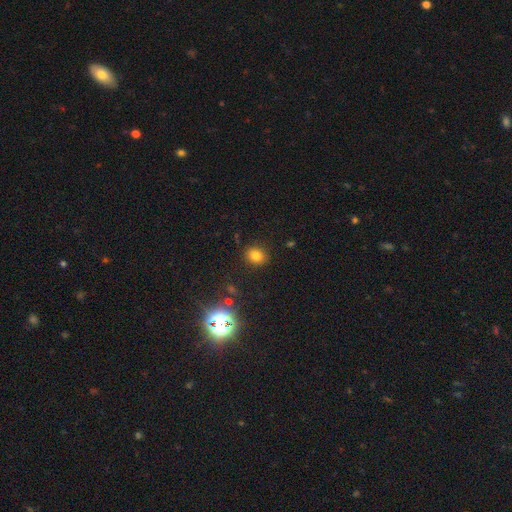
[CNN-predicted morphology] Overall: smooth (75%). How rounded: round (65%; in between 34%). Merging: none (87%).